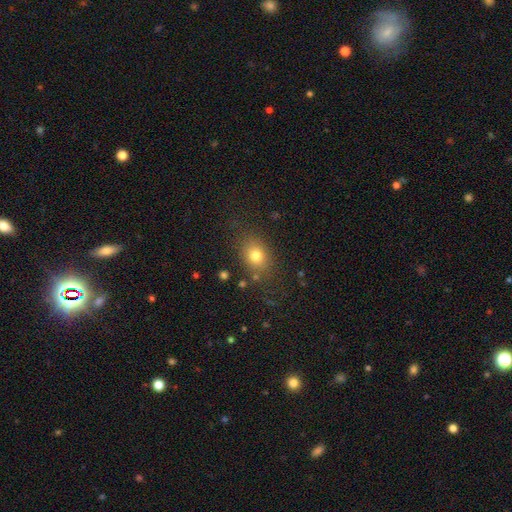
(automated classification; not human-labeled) Smooth or featured? smooth (77%)
How rounded? in between (55%)
Merging? none (78%)